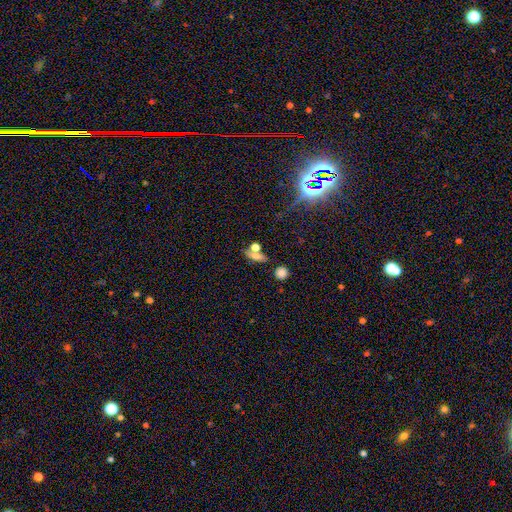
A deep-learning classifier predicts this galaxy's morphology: type=smooth (60%); roundness=in between (49%); merging=none (61%).